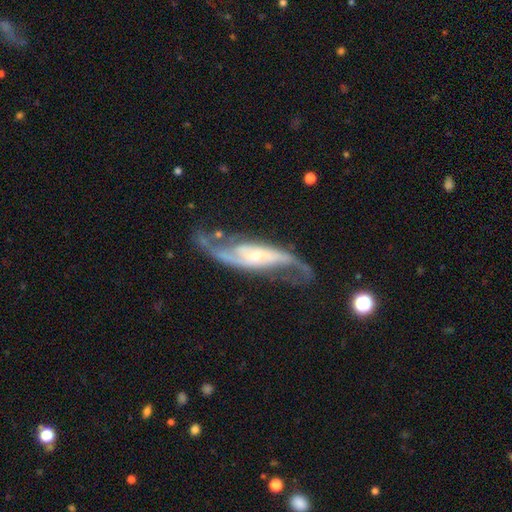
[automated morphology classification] Smooth or featured: featured or disk — 89% (smooth — 6%)
Edge-on disk: no — 89% (yes — 11%)
Bar: no — 43% (weak — 33%)
Spiral arms: yes — 97% (no — 3%)
Spiral winding: loose — 53% (medium — 36%)
Spiral arm count: 2 — 91% (can't tell — 3%)
Bulge size: small — 65% (moderate — 27%)
Merging: none — 69% (minor disturbance — 16%)